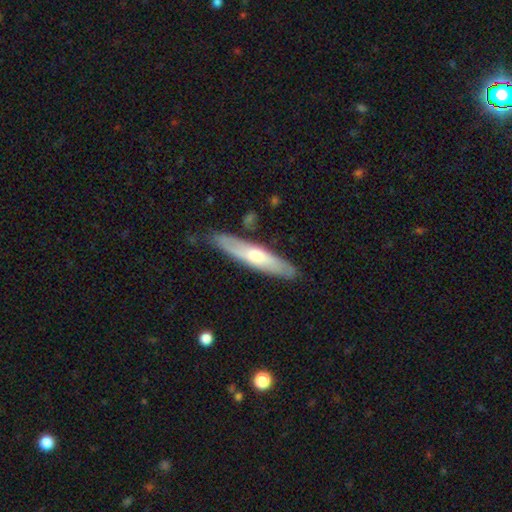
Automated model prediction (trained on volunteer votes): Smooth or featured? featured or disk (48%)
Merging? none (82%)